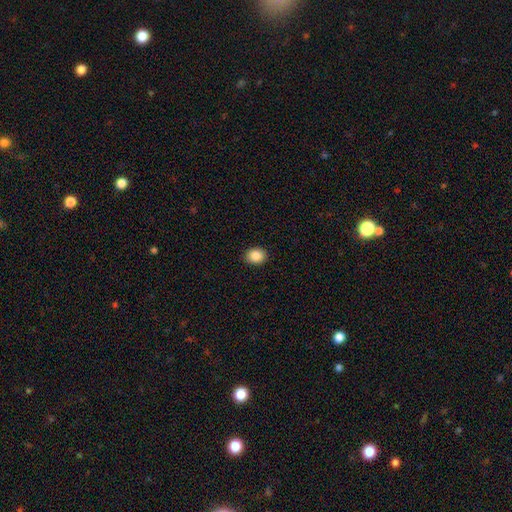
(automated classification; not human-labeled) Q: Smooth or featured?
A: smooth (87%); runner-up: star or artifact (9%)
Q: How rounded?
A: round (50%); runner-up: in between (49%)
Q: Merging?
A: none (91%); runner-up: minor disturbance (6%)